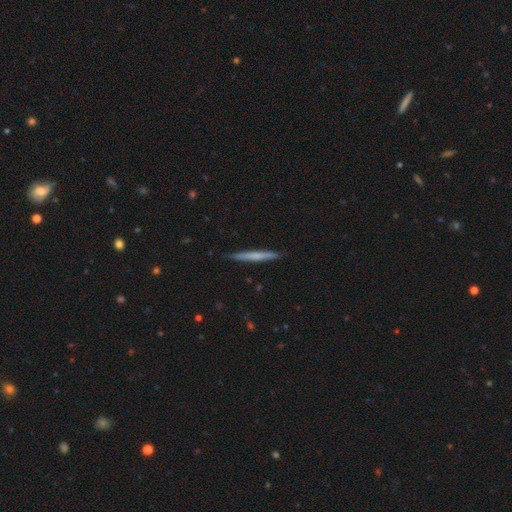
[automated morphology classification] Smooth or featured: smooth — 54% (featured or disk — 41%)
How rounded: cigar-shaped — 97% (in between — 2%)
Merging: none — 90% (minor disturbance — 8%)